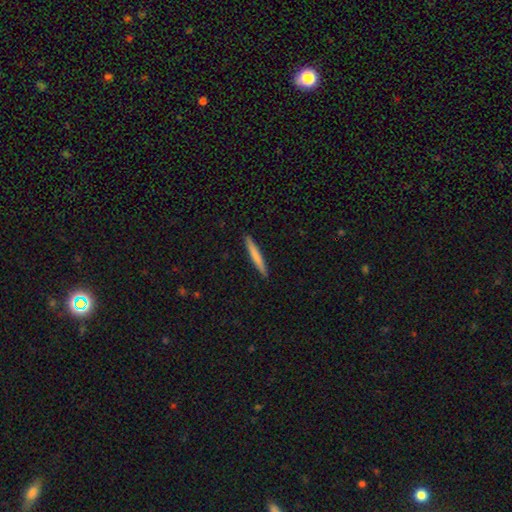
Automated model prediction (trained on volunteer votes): This appears to be a smooth galaxy with no disk features (74%) that is cigar-shaped (96%). Merging: none (92%).